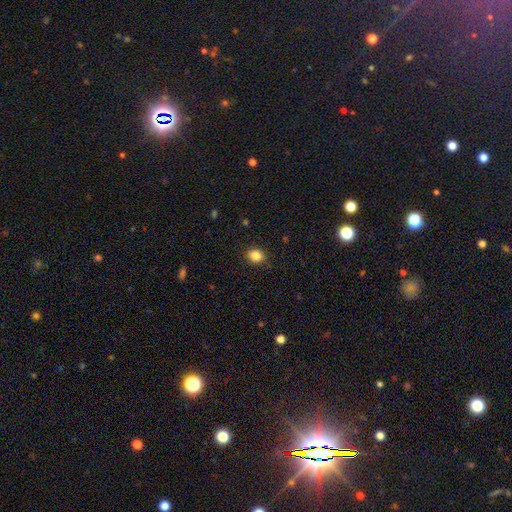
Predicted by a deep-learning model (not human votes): smooth-or-featured: smooth: 86% | star or artifact: 10% | featured or disk: 4%
  how-rounded: in between: 51% | round: 48% | cigar-shaped: 1%
  merging: none: 87% | minor disturbance: 9% | major disturbance: 2% | merger: 1%